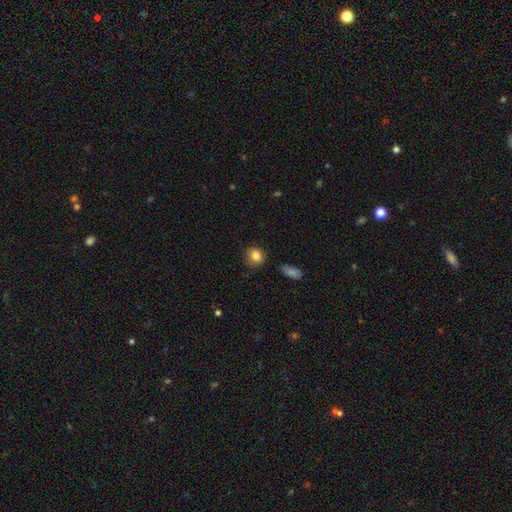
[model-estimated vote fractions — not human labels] smooth 84%, star or artifact 9%, featured or disk 8%. Down the decision tree: how rounded — round (80%); merging — none (83%).